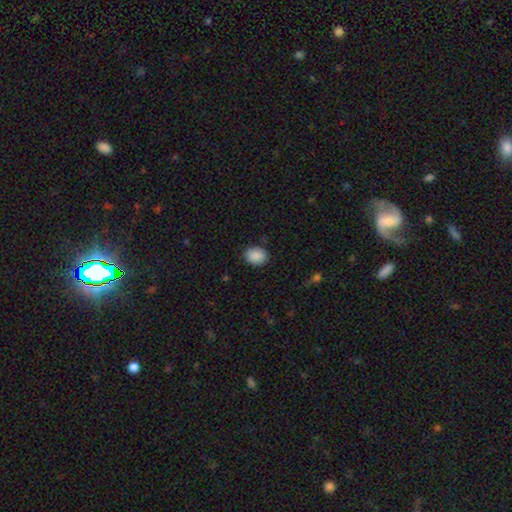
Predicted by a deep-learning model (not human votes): This appears to be a smooth galaxy with no disk features (89%) that is round (55%). Merging: none (86%).